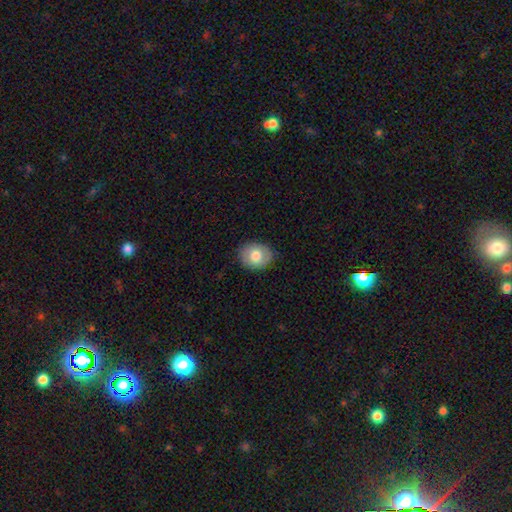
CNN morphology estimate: type=smooth (76%); roundness=round (61%); merging=none (85%).